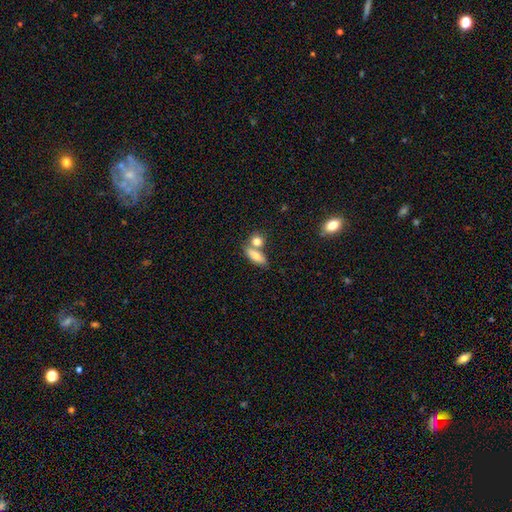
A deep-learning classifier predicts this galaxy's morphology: smooth_or_featured: smooth (p=0.78) [alt: featured or disk p=0.15]
how_rounded: in between (p=0.64) [alt: cigar-shaped p=0.24]
merging: none (p=0.47) [alt: merger p=0.38]